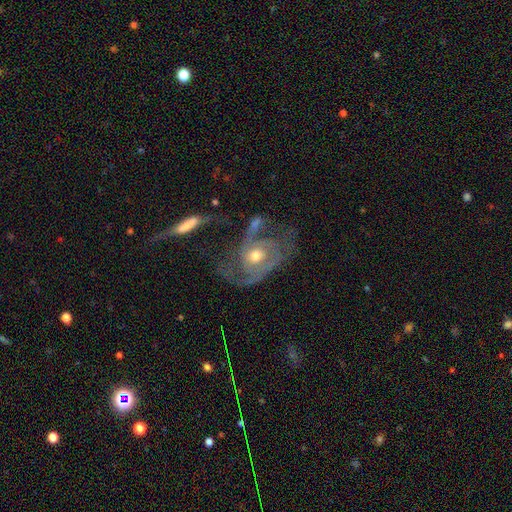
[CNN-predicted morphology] smooth-or-featured: featured or disk: 85% | smooth: 9% | star or artifact: 6%
  disk-edge-on: no: 96% | yes: 4%
    bar: no: 70% | weak: 23% | strong: 7%
    has-spiral-arms: yes: 90% | no: 10%
      spiral-winding: medium: 45% | tight: 32% | loose: 23%
      spiral-arm-count: 2: 63% | can't tell: 16% | 3: 9% | 1: 6% | 4: 3% | more than 4: 3%
    bulge-size: moderate: 69% | small: 23% | large: 6% | none: 1% | dominant: 1%
  merging: none: 39% | major disturbance: 30% | minor disturbance: 20% | merger: 11%